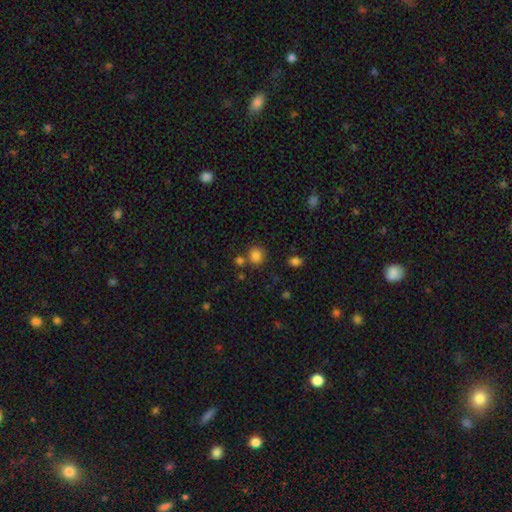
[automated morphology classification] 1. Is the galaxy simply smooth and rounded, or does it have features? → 83% smooth, 12% star or artifact, 4% featured or disk.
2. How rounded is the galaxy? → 84% round, 15% in between, 1% cigar-shaped.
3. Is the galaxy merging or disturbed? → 74% none, 13% merger, 10% minor disturbance, 4% major disturbance.